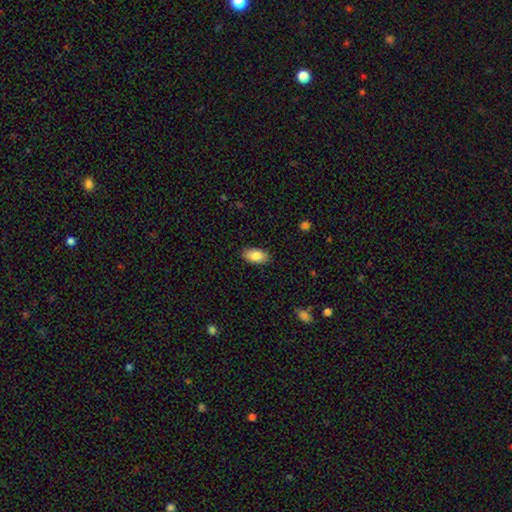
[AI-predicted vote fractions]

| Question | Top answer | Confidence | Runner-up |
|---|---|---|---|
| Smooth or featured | smooth | 85% | featured or disk (8%) |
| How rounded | in between | 93% | round (5%) |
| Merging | none | 88% | minor disturbance (9%) |